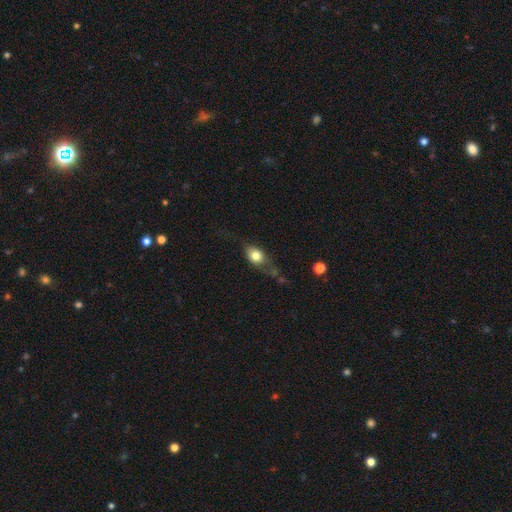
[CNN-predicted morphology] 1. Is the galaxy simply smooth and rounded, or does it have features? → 69% smooth, 22% featured or disk, 8% star or artifact.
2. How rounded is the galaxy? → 58% in between, 35% round, 8% cigar-shaped.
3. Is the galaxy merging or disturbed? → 42% none, 28% minor disturbance, 23% major disturbance, 6% merger.